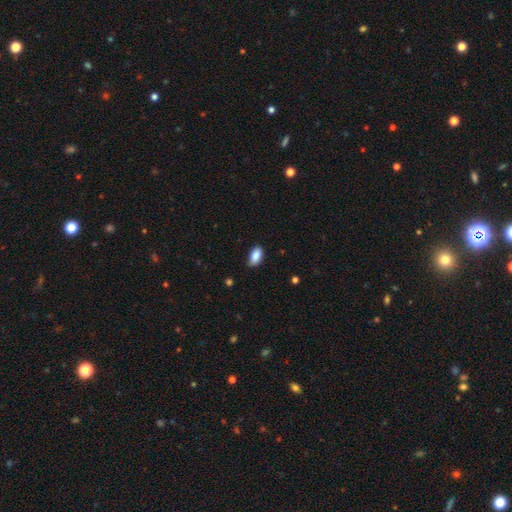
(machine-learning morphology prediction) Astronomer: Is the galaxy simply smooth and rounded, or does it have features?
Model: smooth — 88%.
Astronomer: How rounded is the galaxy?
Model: in between — 93%.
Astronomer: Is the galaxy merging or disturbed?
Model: none — 78%.